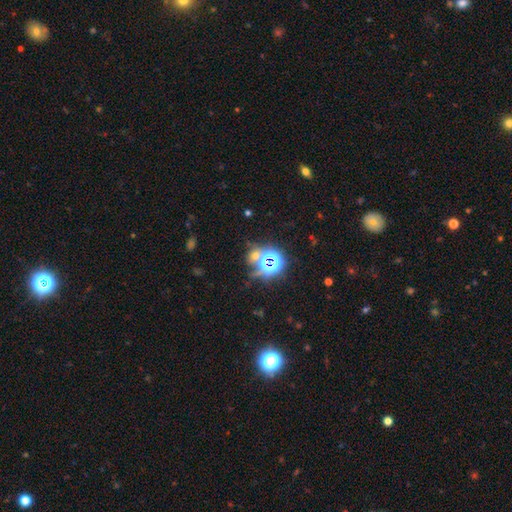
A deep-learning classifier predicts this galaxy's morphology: A star or artifact, not a galaxy (62%).